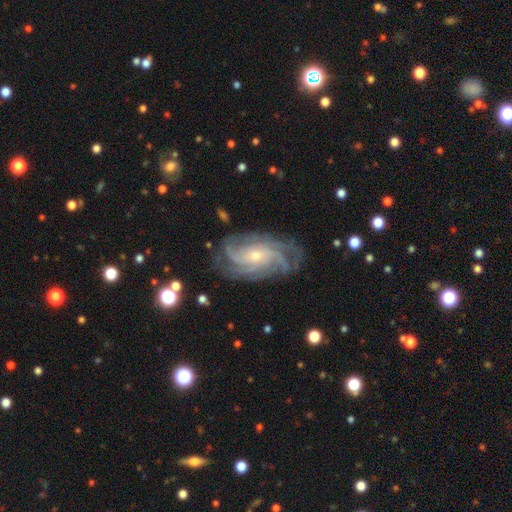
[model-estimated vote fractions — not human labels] A featured or disk galaxy (89%) with no bar (68%), 4 (33%) tight (58%) spiral arms (98%) and a small central bulge (68%). Merging: none (77%).